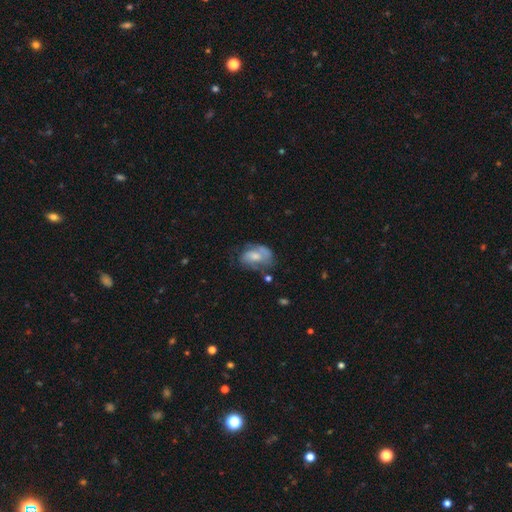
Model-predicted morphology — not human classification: Overall: smooth (47%; featured or disk 45%). Merging: none (41%; minor disturbance 30%).